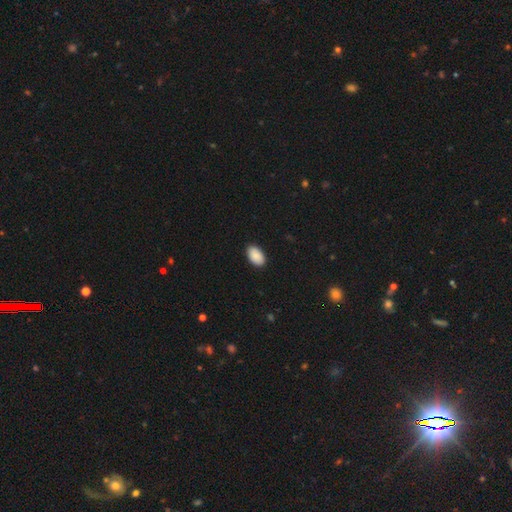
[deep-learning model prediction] smooth-or-featured: smooth: 90% | star or artifact: 6% | featured or disk: 3%
  how-rounded: in between: 94% | round: 5% | cigar-shaped: 1%
  merging: none: 90% | minor disturbance: 7% | major disturbance: 2% | merger: 1%